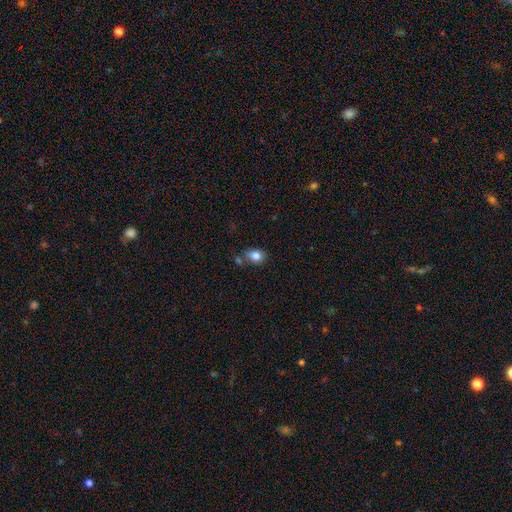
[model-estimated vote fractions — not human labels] smooth-or-featured: smooth: 83% | star or artifact: 9% | featured or disk: 7%
  how-rounded: in between: 59% | round: 40% | cigar-shaped: 1%
  merging: none: 64% | minor disturbance: 17% | merger: 15% | major disturbance: 5%